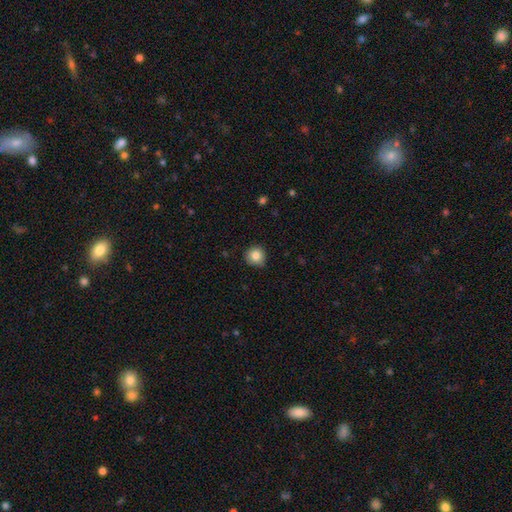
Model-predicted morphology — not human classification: Smooth or featured?
  - smooth: 83% *
  - star or artifact: 10%
  - featured or disk: 7%
How rounded?
  - round: 93% *
  - in between: 6%
  - cigar-shaped: 1%
Merging?
  - none: 84% *
  - minor disturbance: 13%
  - major disturbance: 2%
  - merger: 1%